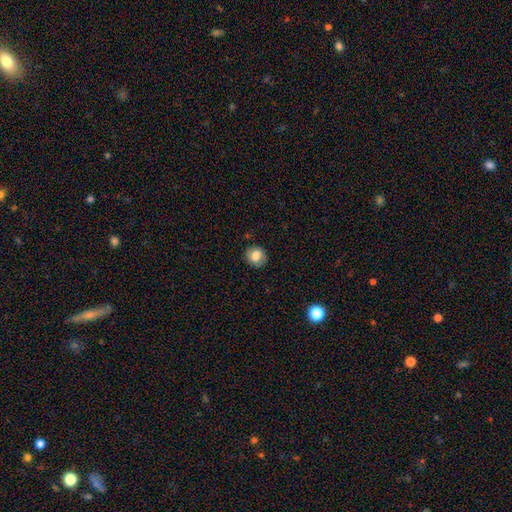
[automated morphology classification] smooth_or_featured: smooth (p=0.78) [alt: featured or disk p=0.13]
how_rounded: round (p=0.81) [alt: in between p=0.18]
merging: none (p=0.85) [alt: minor disturbance p=0.11]